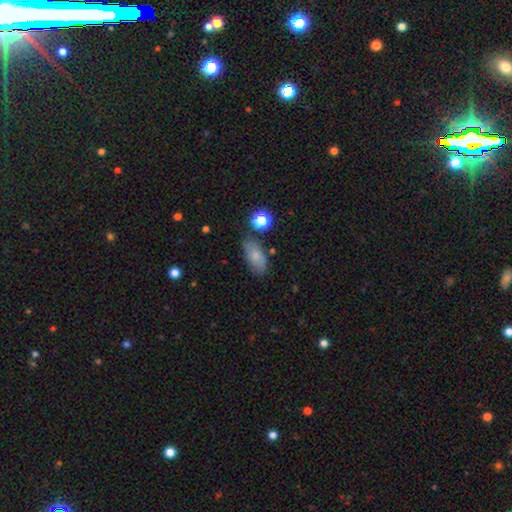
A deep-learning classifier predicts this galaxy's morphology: This is likely a smooth galaxy (74%). How rounded: clearly in between (88%). Merging: likely none (72%).